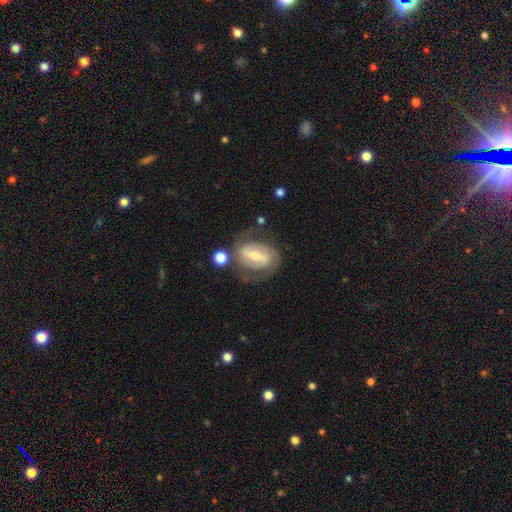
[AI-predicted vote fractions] Smooth or featured: featured or disk — 70% (smooth — 24%)
Edge-on disk: no — 93% (yes — 7%)
Bar: strong — 57% (weak — 30%)
Spiral arms: yes — 75% (no — 25%)
Bulge size: small — 46% (tied with moderate — 46%)
Merging: none — 60% (minor disturbance — 20%)